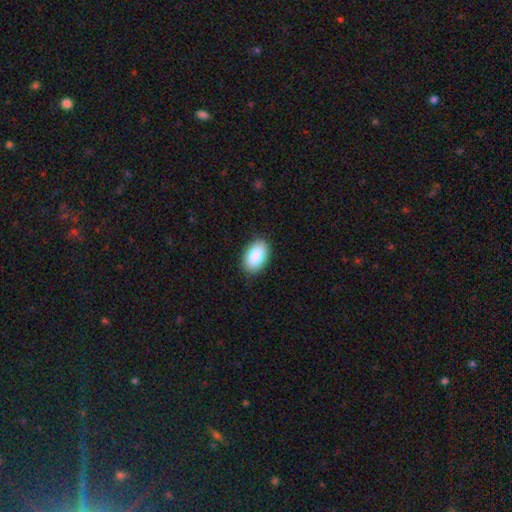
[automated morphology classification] This is clearly a smooth galaxy (87%). How rounded: clearly in between (92%). Merging: clearly none (88%).